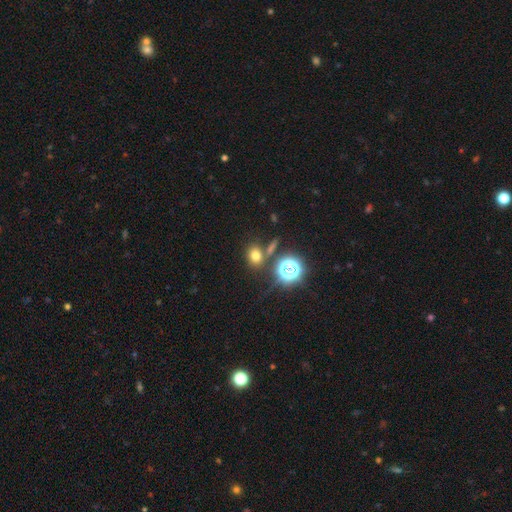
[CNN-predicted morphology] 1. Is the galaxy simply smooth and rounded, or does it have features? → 66% smooth, 25% star or artifact, 9% featured or disk.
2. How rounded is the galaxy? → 51% round, 48% in between, 2% cigar-shaped.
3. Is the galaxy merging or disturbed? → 73% none, 13% merger, 10% minor disturbance, 4% major disturbance.